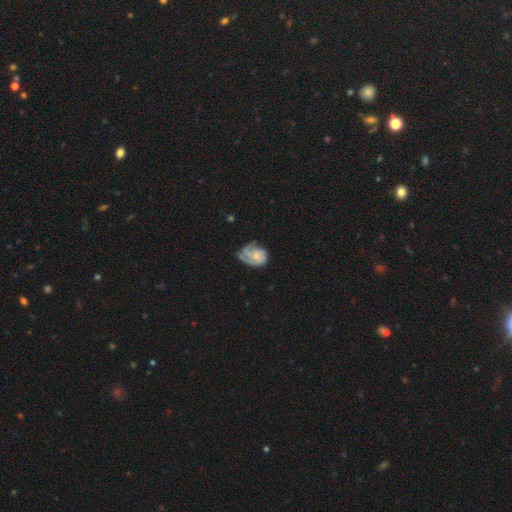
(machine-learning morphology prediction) Overall: featured or disk (66%; smooth 26%). Edge-on disk: no (98%). Bar: no (74%). Spiral arms: yes (90%). Spiral arm count: 2 (29%; 1 22%). Spiral winding: tight (48%; medium 36%). Bulge size: small (55%; moderate 29%). Merging: none (48%; minor disturbance 29%).